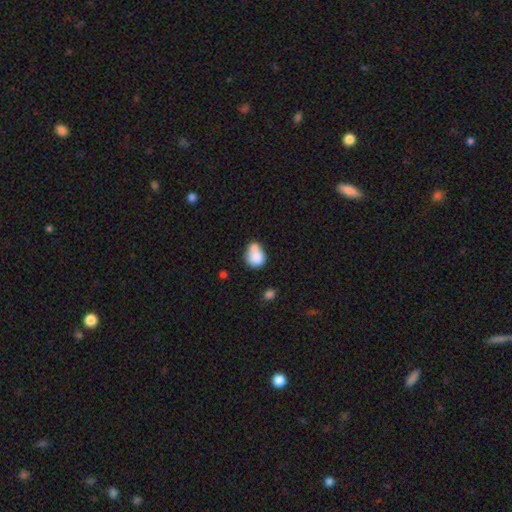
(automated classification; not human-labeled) Q: Smooth or featured?
A: smooth (79%); runner-up: featured or disk (12%)
Q: How rounded?
A: round (55%); runner-up: in between (44%)
Q: Merging?
A: merger (41%); runner-up: none (33%)